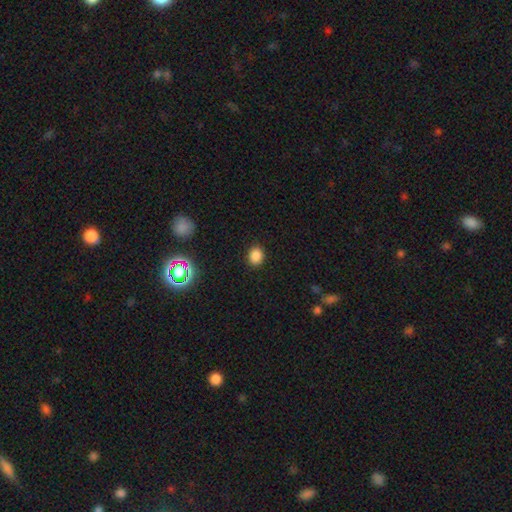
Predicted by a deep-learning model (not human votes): smooth-or-featured: smooth: 84% | star or artifact: 13% | featured or disk: 4%
  how-rounded: round: 53% | in between: 46% | cigar-shaped: 1%
  merging: none: 88% | minor disturbance: 8% | major disturbance: 2% | merger: 1%